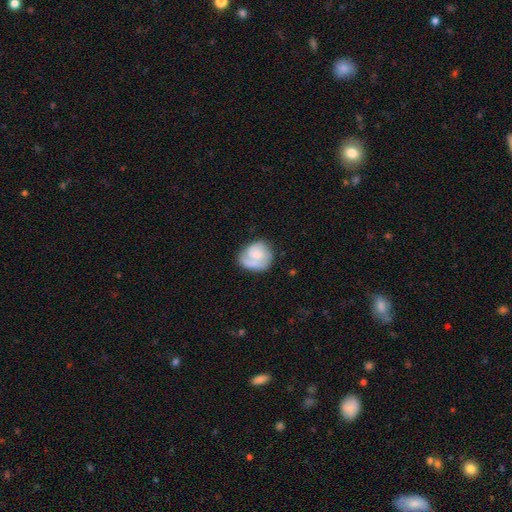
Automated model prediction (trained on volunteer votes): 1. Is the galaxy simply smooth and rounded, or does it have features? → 54% featured or disk, 40% smooth, 6% star or artifact.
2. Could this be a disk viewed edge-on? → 98% no, 2% yes.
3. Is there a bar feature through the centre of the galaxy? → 67% no, 28% weak, 5% strong.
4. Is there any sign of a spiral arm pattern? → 82% yes, 18% no.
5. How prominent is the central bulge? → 43% small, 32% moderate, 18% none, 6% large, 2% dominant.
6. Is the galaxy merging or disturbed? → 59% none, 24% minor disturbance, 14% major disturbance, 3% merger.